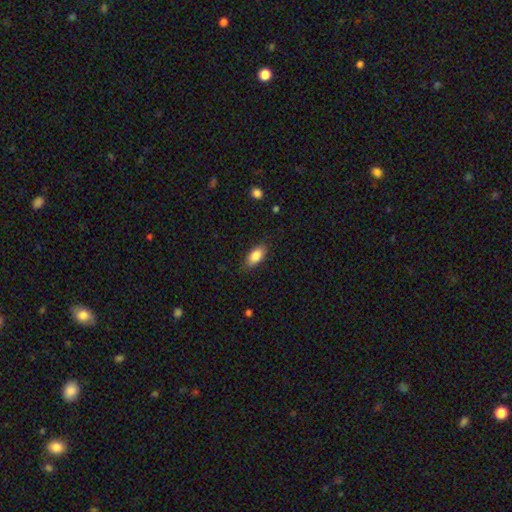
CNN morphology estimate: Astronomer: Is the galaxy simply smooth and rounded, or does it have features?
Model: smooth — 84%.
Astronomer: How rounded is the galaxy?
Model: in between — 89%.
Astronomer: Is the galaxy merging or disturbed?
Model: none — 84%.